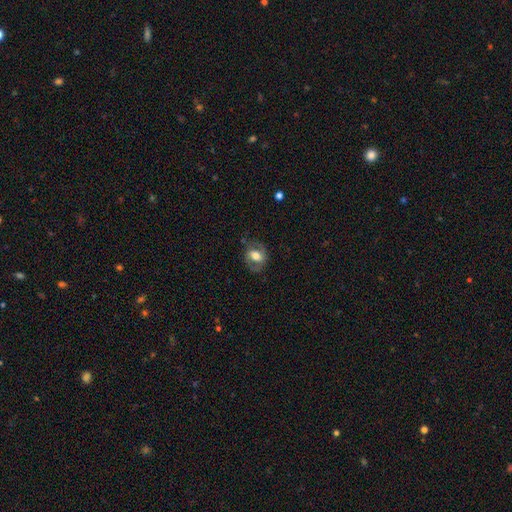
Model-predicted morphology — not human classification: smooth_or_featured: smooth (p=0.47) [alt: featured or disk p=0.45]
merging: none (p=0.68) [alt: minor disturbance p=0.19]